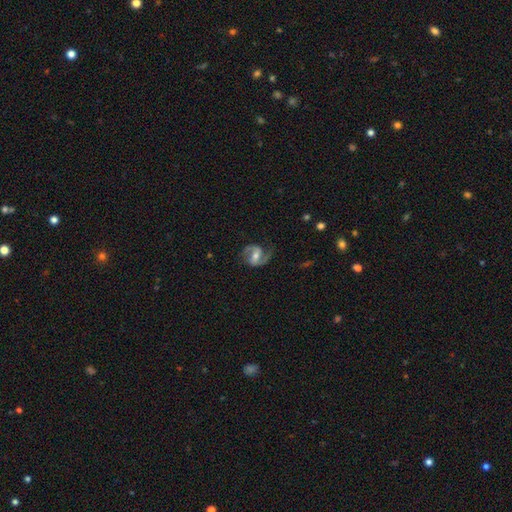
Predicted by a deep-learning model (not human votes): smooth_or_featured: featured or disk (p=0.86) [alt: smooth p=0.09]
disk_edge_on: no (p=0.98) [alt: yes p=0.02]
bar: weak (p=0.44) [alt: strong p=0.35]
has_spiral_arms: yes (p=0.96) [alt: no p=0.04]
spiral_winding: medium (p=0.53) [alt: loose p=0.29]
spiral_arm_count: 2 (p=0.89) [alt: 1 p=0.05]
bulge_size: moderate (p=0.59) [alt: small p=0.34]
merging: none (p=0.74) [alt: minor disturbance p=0.16]